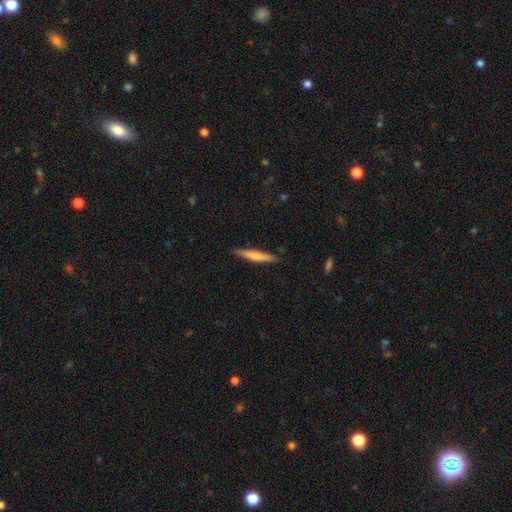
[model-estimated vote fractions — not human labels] Smooth or featured?
  - smooth: 64% *
  - featured or disk: 30%
  - star or artifact: 5%
How rounded?
  - cigar-shaped: 93% *
  - in between: 5%
  - round: 1%
Merging?
  - none: 89% *
  - minor disturbance: 9%
  - major disturbance: 2%
  - merger: 1%